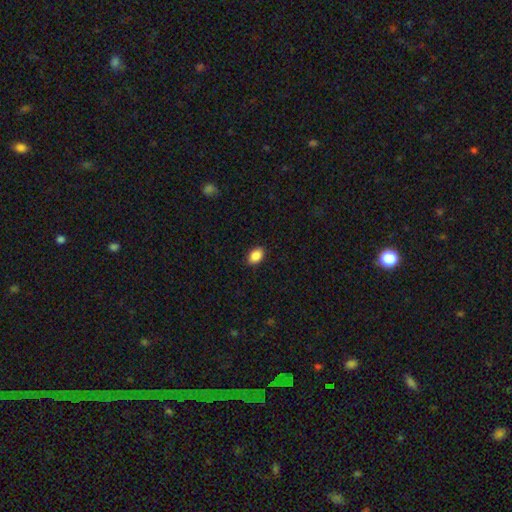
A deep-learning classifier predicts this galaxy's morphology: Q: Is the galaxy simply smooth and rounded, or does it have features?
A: smooth — 89%.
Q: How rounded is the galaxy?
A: in between — 84%.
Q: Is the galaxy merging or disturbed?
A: none — 90%.